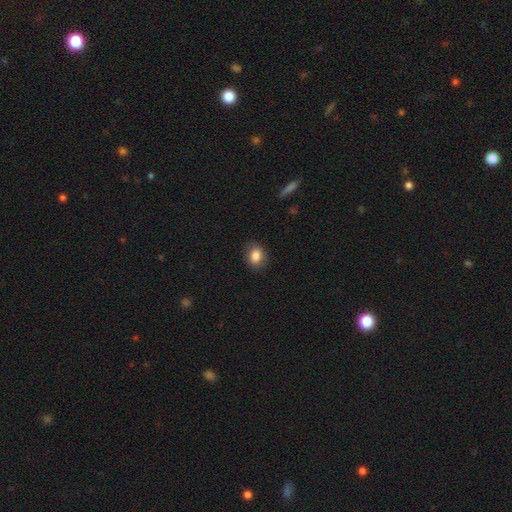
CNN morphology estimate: Smooth or featured? Predicted: smooth (p=0.85). How rounded? Predicted: in between (p=0.55). Merging? Predicted: none (p=0.81).